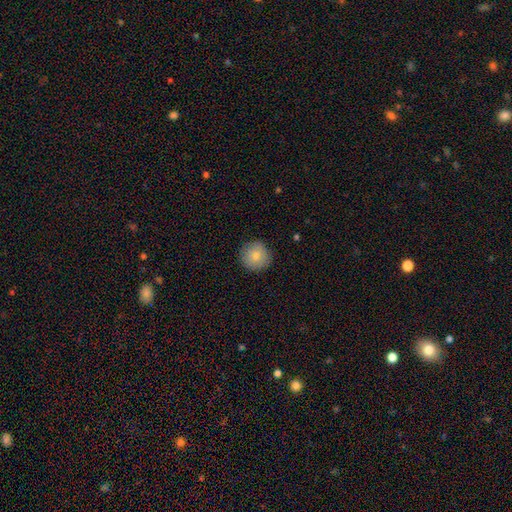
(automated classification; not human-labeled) Smooth or featured: smooth — 82% (featured or disk — 9%)
How rounded: round — 95% (in between — 4%)
Merging: none — 90% (minor disturbance — 8%)